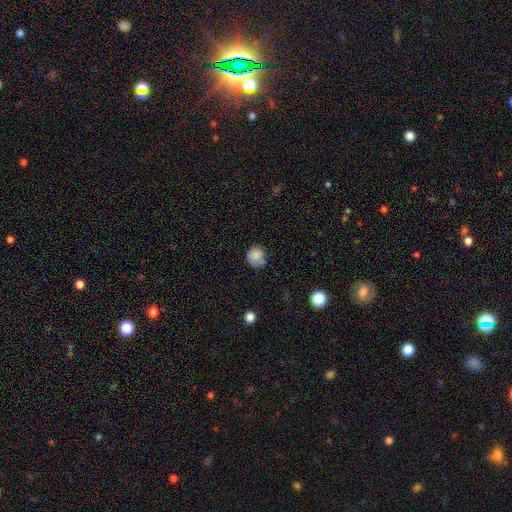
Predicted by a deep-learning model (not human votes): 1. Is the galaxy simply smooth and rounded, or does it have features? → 83% smooth, 10% star or artifact, 8% featured or disk.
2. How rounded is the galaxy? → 87% round, 13% in between, 1% cigar-shaped.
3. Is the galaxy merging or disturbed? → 62% none, 27% minor disturbance, 6% major disturbance, 4% merger.